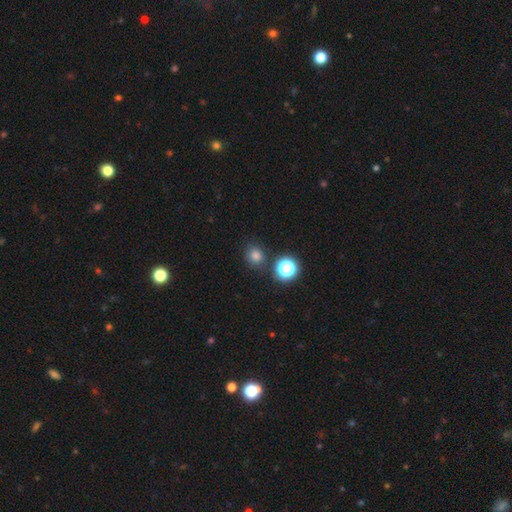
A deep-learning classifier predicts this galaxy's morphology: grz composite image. It shows a smooth galaxy with no disk features (76%) that is round (83%). Merging: none (81%).